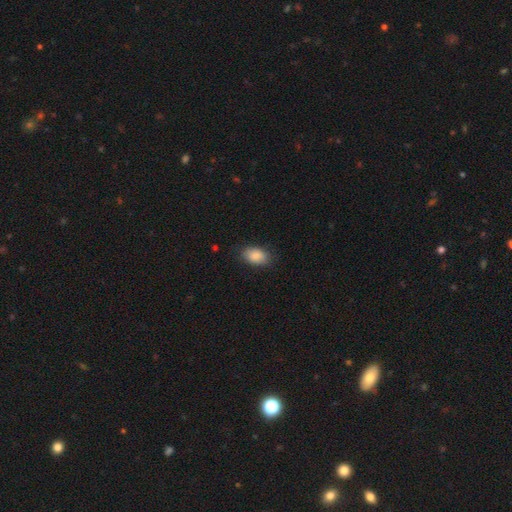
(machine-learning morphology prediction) Smooth or featured?
  - smooth: 88% *
  - star or artifact: 7%
  - featured or disk: 5%
How rounded?
  - in between: 90% *
  - round: 9%
  - cigar-shaped: 1%
Merging?
  - none: 82% *
  - minor disturbance: 13%
  - major disturbance: 3%
  - merger: 1%